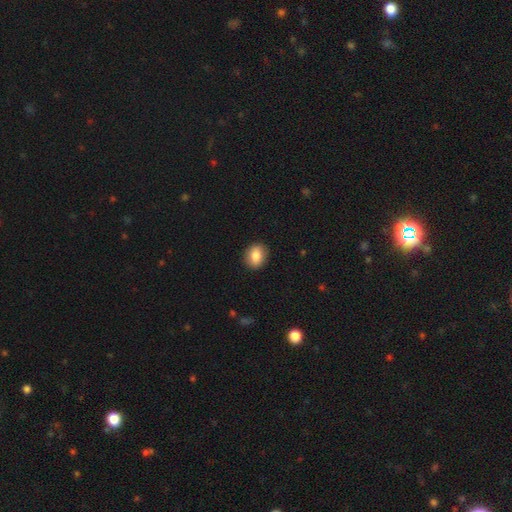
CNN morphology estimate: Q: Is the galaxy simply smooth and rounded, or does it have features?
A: smooth — 84%.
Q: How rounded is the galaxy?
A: in between — 54%.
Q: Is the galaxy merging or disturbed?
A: none — 89%.